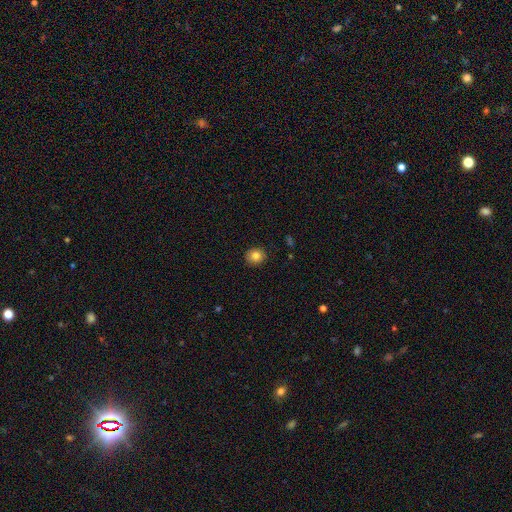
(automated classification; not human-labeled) smooth-or-featured: smooth: 82% | star or artifact: 10% | featured or disk: 8%
  how-rounded: round: 81% | in between: 18% | cigar-shaped: 1%
  merging: none: 90% | minor disturbance: 7% | major disturbance: 2% | merger: 1%